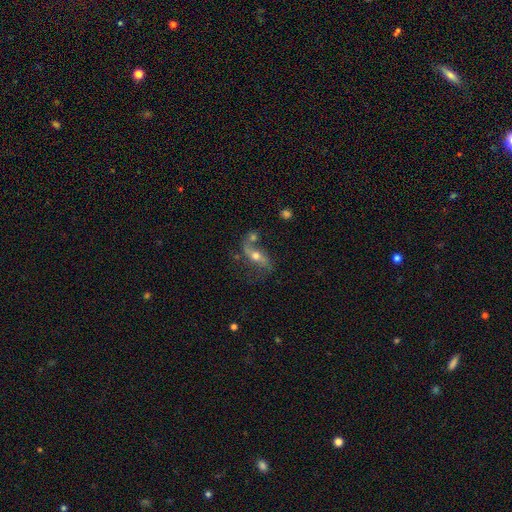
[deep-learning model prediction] The model was most divided on "bar": no: 49%, weak: 29%, strong: 22%. Remaining: edge-on disk — no (84%); spiral arms — yes (82%); smooth or featured — featured or disk (70%); bulge size — moderate (68%); merging — none (50%).